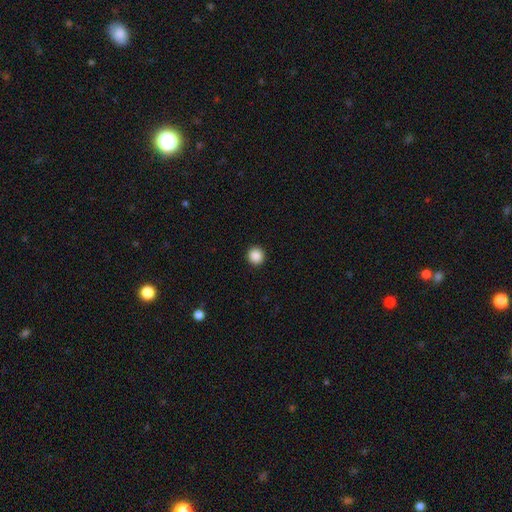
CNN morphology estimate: Q: Smooth or featured?
A: smooth (88%); runner-up: star or artifact (9%)
Q: How rounded?
A: round (94%); runner-up: in between (5%)
Q: Merging?
A: none (93%); runner-up: minor disturbance (4%)